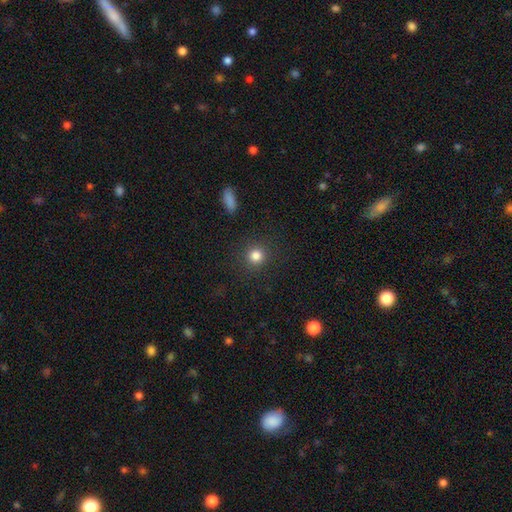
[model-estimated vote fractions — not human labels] smooth 83%, star or artifact 12%, featured or disk 5%. Down the decision tree: how rounded — round (93%); merging — none (89%).